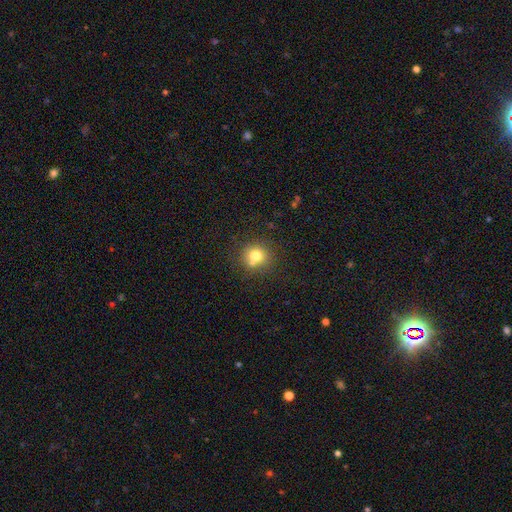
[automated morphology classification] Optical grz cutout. It shows a smooth galaxy with no disk features (74%) that is round (89%). Merging: none (65%).